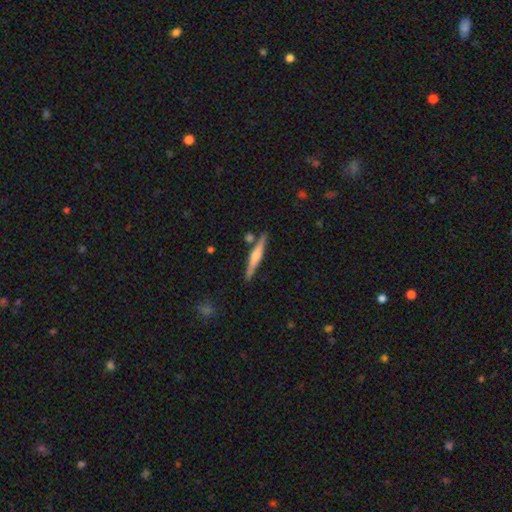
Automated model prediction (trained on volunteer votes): smooth_or_featured: featured or disk (p=0.54) [alt: smooth p=0.40]
disk_edge_on: yes (p=0.97) [alt: no p=0.03]
edge_on_bulge: rounded (p=0.68) [alt: boxy p=0.17]
merging: none (p=0.83) [alt: minor disturbance p=0.09]